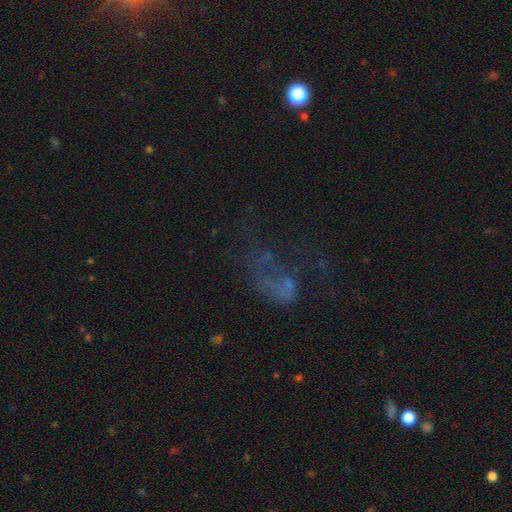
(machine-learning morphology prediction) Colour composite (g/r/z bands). It shows a featured or disk galaxy (36%). Merging: major disturbance (44%).